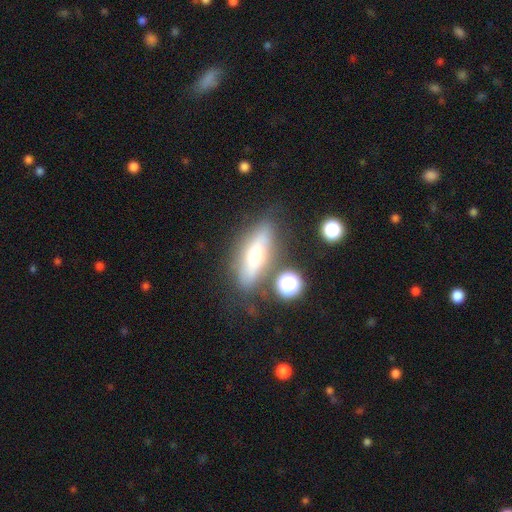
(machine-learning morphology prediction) Smooth or featured? featured or disk (50%)
Edge-on disk? yes (70%)
Merging? none (72%)